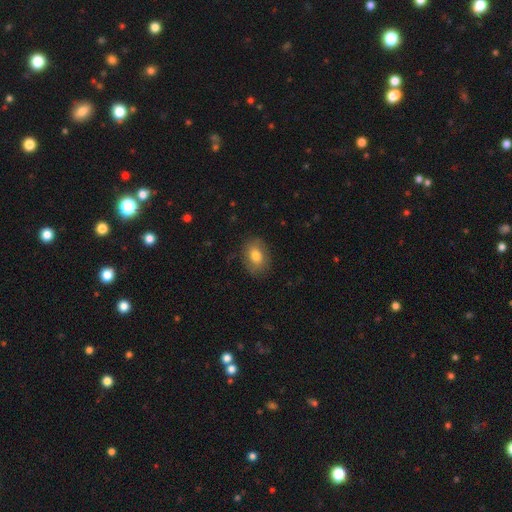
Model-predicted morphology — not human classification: A smooth galaxy with no disk features (78%) that is in between round and cigar-shaped (73%).

Vote fractions:
- Smooth or featured? smooth: 78% / featured or disk: 14% / star or artifact: 8%
- How rounded? in between: 73% / round: 25% / cigar-shaped: 1%
- Merging? none: 83% / minor disturbance: 13% / major disturbance: 4% / merger: 1%